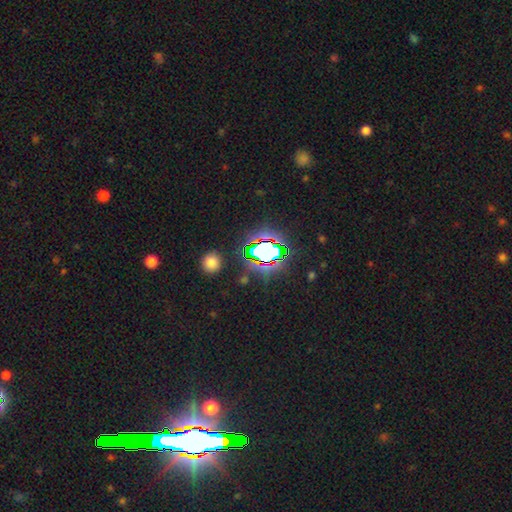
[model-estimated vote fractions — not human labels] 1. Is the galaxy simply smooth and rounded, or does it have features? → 75% star or artifact, 18% smooth, 8% featured or disk.